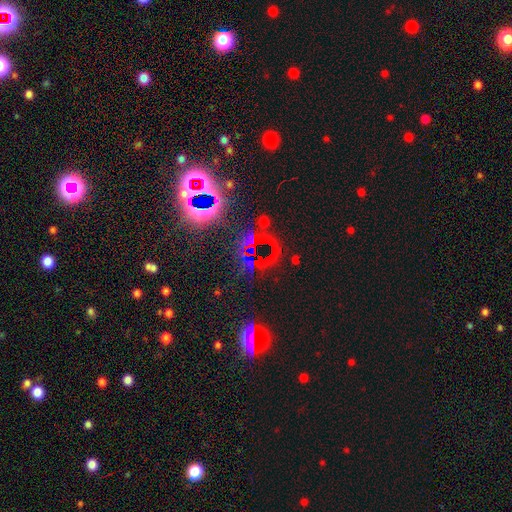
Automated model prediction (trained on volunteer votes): star or artifact 75%, smooth 14%, featured or disk 10%.